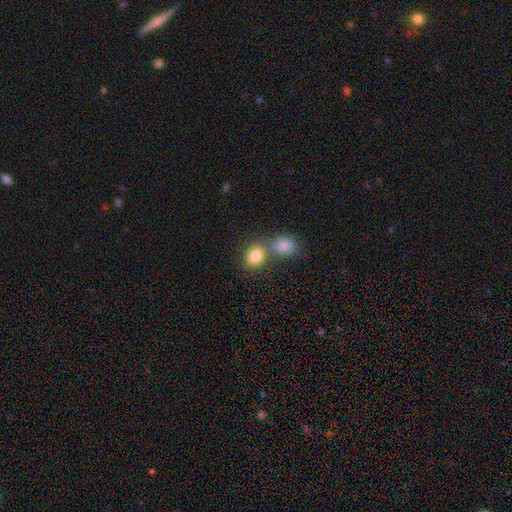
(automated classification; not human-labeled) Overall: smooth (84%). How rounded: round (51%; in between 48%). Merging: none (46%; merger 42%).